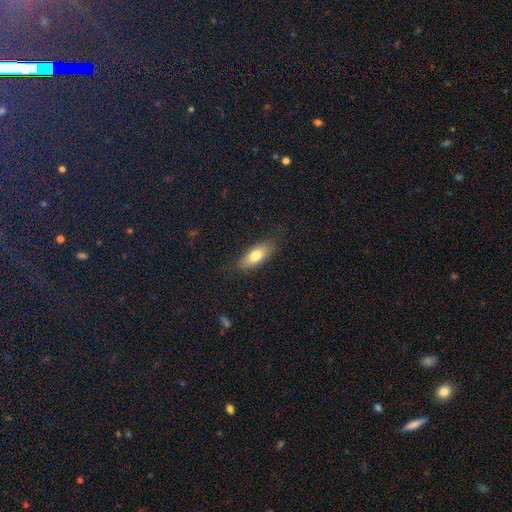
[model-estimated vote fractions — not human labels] Smooth or featured: smooth — 74% (featured or disk — 19%)
How rounded: in between — 77% (cigar-shaped — 20%)
Merging: none — 81% (minor disturbance — 14%)